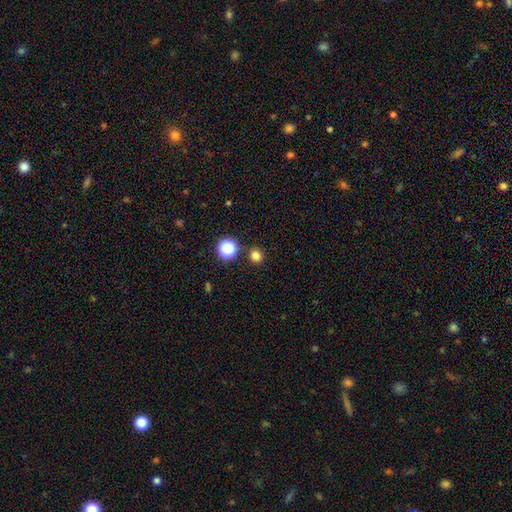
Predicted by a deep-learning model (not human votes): Q: Smooth or featured?
A: smooth (79%); runner-up: star or artifact (17%)
Q: How rounded?
A: round (88%); runner-up: in between (11%)
Q: Merging?
A: none (88%); runner-up: minor disturbance (6%)